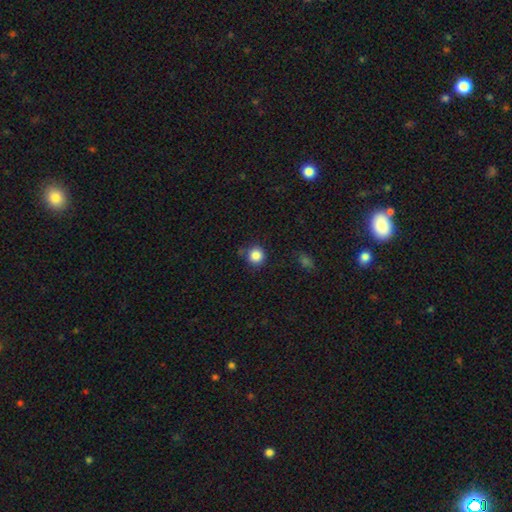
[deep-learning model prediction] Overall: smooth (86%). How rounded: round (92%). Merging: none (79%).